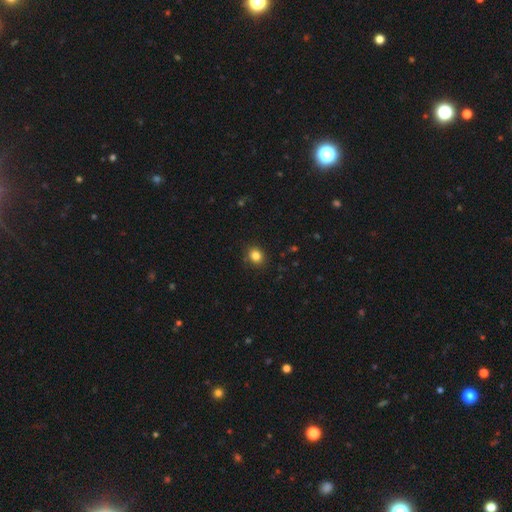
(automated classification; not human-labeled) A smooth galaxy with no disk features (83%) that is round (71%). Merging: none (88%).